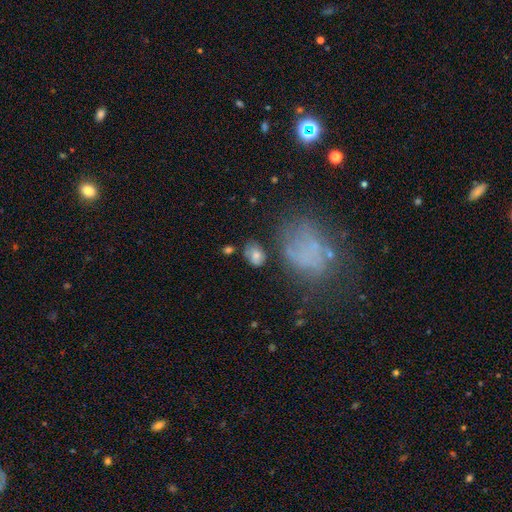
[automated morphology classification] type=smooth (69%); roundness=in between (70%); merging=none (60%).